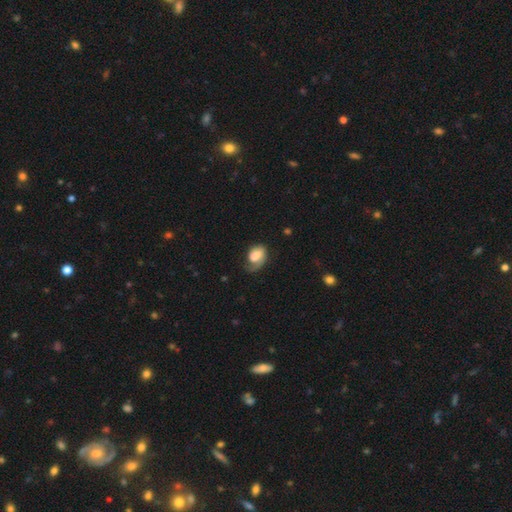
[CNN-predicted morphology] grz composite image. It shows a smooth galaxy with no disk features (61%) that is in between round and cigar-shaped (83%). Merging: none (41%).